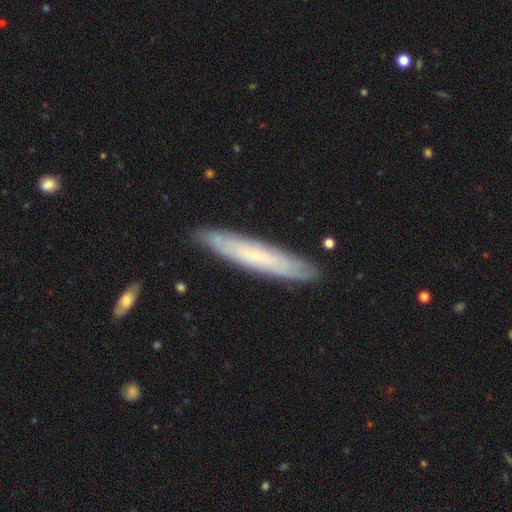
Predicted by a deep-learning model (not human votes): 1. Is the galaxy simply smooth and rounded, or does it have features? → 48% featured or disk, 46% smooth, 7% star or artifact.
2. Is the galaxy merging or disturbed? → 87% none, 10% minor disturbance, 2% major disturbance, 1% merger.